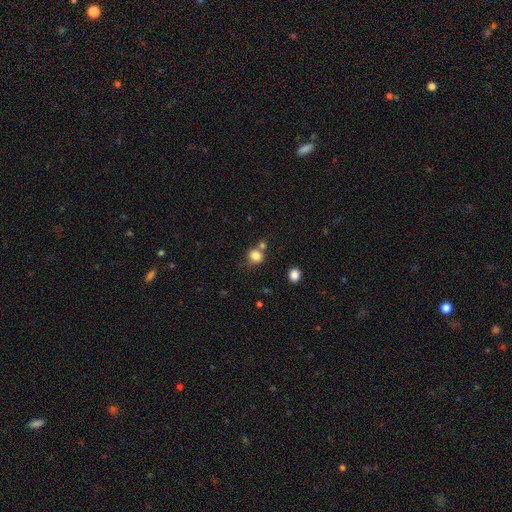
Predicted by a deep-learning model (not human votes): A smooth galaxy with no disk features (81%) that is round (77%).

Vote fractions:
- Smooth or featured? smooth: 81% / star or artifact: 12% / featured or disk: 7%
- How rounded? round: 77% / in between: 22% / cigar-shaped: 1%
- Merging? none: 58% / merger: 22% / minor disturbance: 14% / major disturbance: 5%